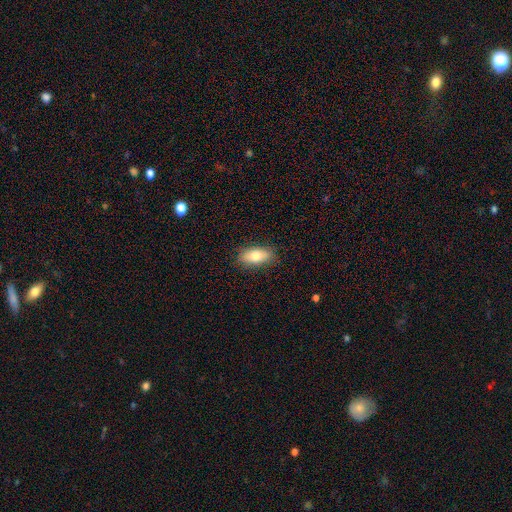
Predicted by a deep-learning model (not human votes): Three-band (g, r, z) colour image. It shows a smooth galaxy with no disk features (76%) that is in between round and cigar-shaped (86%). Merging: none (86%).